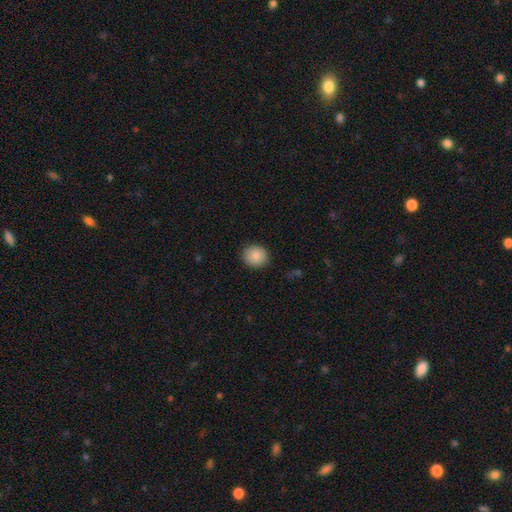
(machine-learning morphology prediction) Overall: smooth (87%). How rounded: round (84%). Merging: none (90%).